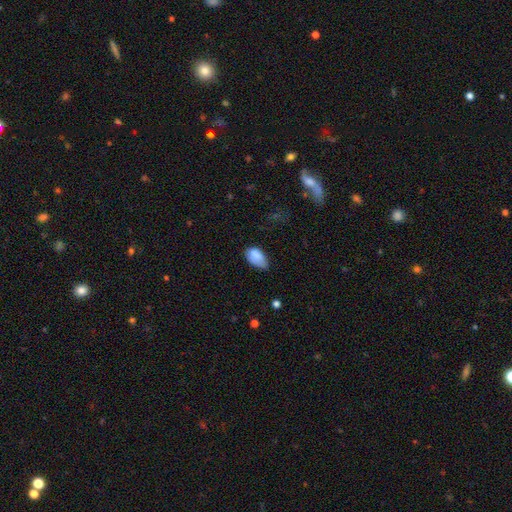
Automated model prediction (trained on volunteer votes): Overall: smooth (83%). How rounded: in between (93%). Merging: minor disturbance (46%; none 39%).